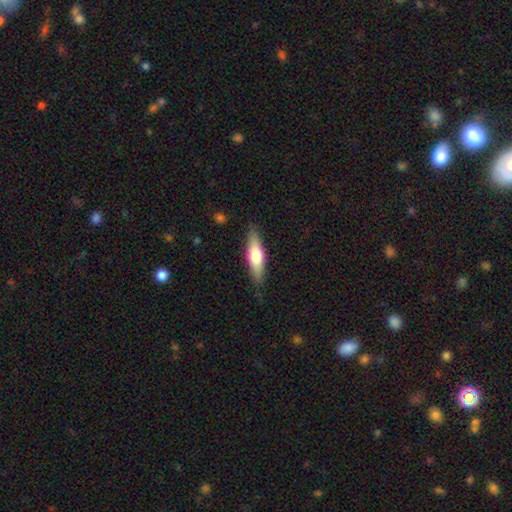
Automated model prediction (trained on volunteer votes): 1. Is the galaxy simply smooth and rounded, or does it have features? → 55% smooth, 40% featured or disk, 5% star or artifact.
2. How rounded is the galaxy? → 59% cigar-shaped, 39% in between, 2% round.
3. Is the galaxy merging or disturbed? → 86% none, 11% minor disturbance, 2% major disturbance, 1% merger.